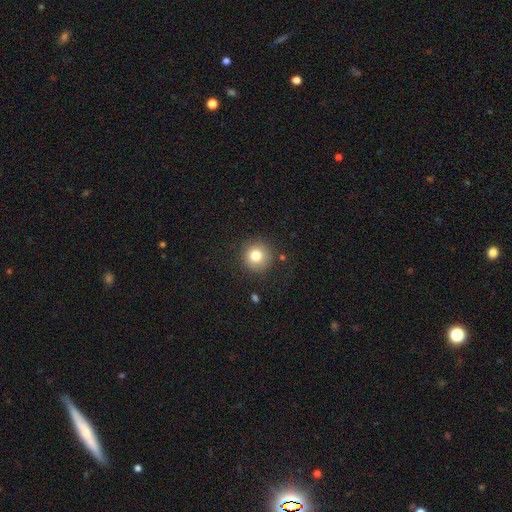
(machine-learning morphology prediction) A smooth galaxy with no disk features (79%) that is round (94%).

Vote fractions:
- Smooth or featured? smooth: 79% / star or artifact: 11% / featured or disk: 10%
- How rounded? round: 94% / in between: 5% / cigar-shaped: 1%
- Merging? none: 87% / minor disturbance: 8% / major disturbance: 3% / merger: 2%